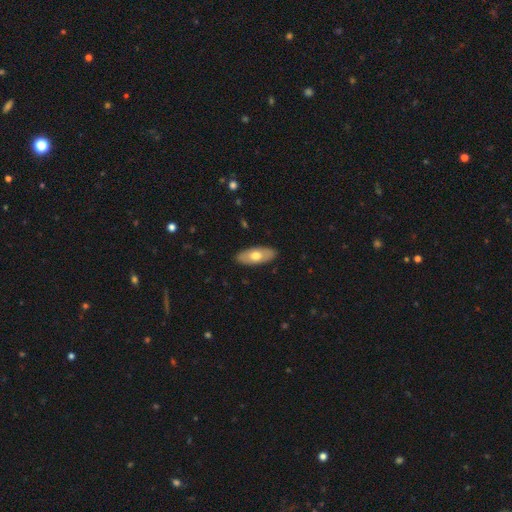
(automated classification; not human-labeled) smooth 60%, featured or disk 35%, star or artifact 5%. Down the decision tree: how rounded — in between (86%); merging — none (88%).